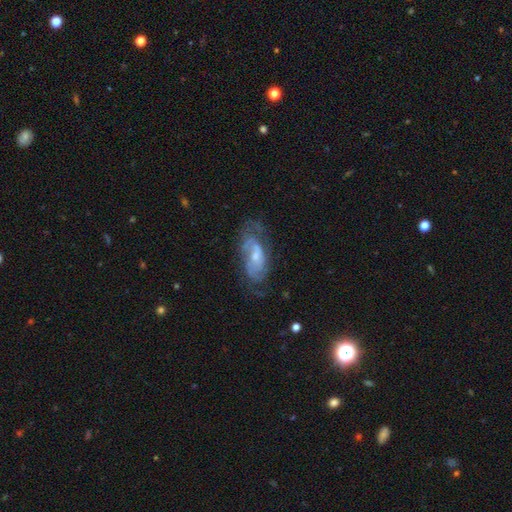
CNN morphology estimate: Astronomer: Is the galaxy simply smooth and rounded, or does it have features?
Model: featured or disk — 75%.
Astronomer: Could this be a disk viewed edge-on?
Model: no — 93%.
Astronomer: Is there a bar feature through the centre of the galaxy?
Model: no — 56% (runner-up: weak, 36%).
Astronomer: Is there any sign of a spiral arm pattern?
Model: yes — 85%.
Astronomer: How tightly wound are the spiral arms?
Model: medium — 42% (runner-up: tight, 41%).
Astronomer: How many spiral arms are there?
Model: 2 — 45% (runner-up: can't tell, 35%).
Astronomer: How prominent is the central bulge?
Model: small — 53% (runner-up: moderate, 39%).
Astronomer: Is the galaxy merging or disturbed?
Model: none — 56%.